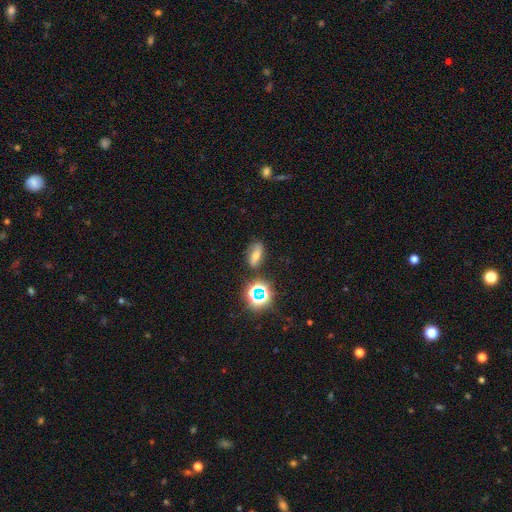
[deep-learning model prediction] smooth_or_featured: smooth (p=0.46) [alt: featured or disk p=0.29]
merging: none (p=0.71) [alt: minor disturbance p=0.18]